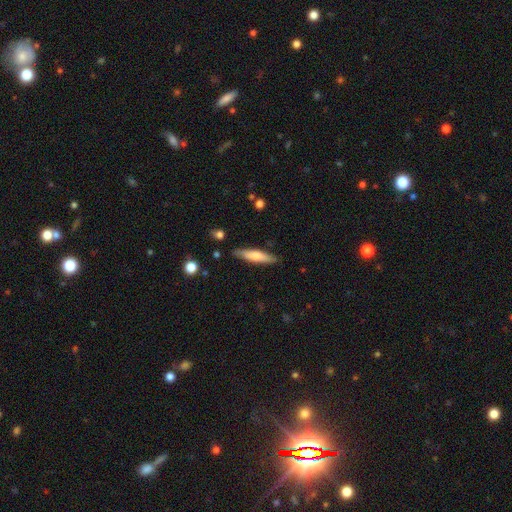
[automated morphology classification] smooth-or-featured: smooth: 66% | featured or disk: 28% | star or artifact: 6%
  how-rounded: cigar-shaped: 81% | in between: 17% | round: 1%
  merging: none: 86% | minor disturbance: 10% | major disturbance: 2% | merger: 1%